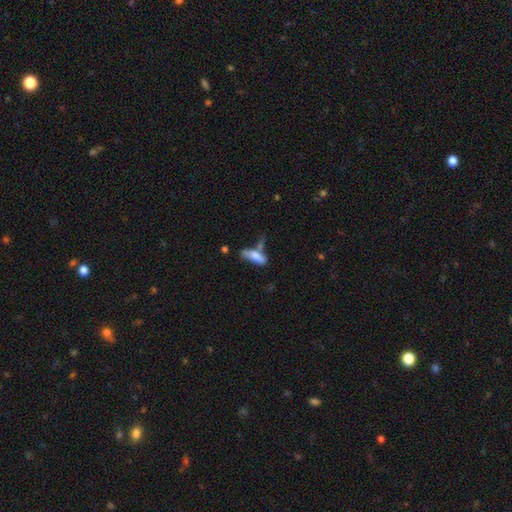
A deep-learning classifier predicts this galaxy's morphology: Smooth or featured? Predicted: smooth (p=0.70). How rounded? Predicted: in between (p=0.57). Merging? Predicted: none (p=0.37).